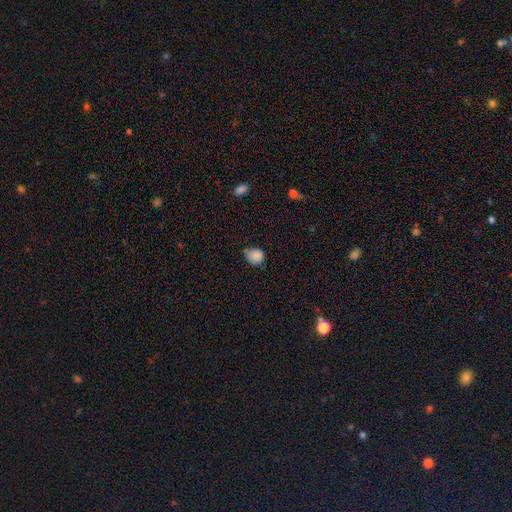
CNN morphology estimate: smooth_or_featured: smooth (p=0.85) [alt: star or artifact p=0.10]
how_rounded: round (p=0.79) [alt: in between p=0.20]
merging: none (p=0.51) [alt: minor disturbance p=0.39]